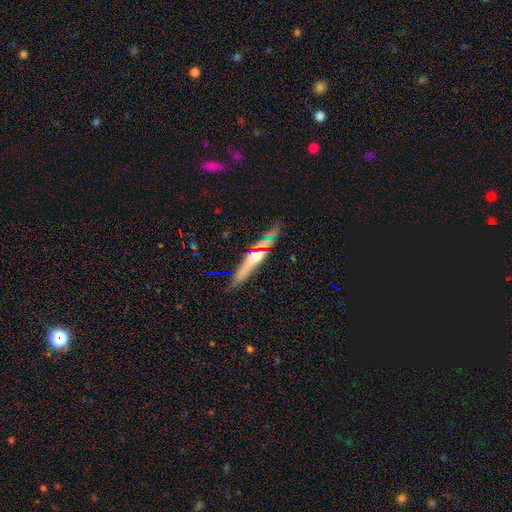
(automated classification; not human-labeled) Overall: featured or disk (44%; smooth 39%). Merging: none (74%).